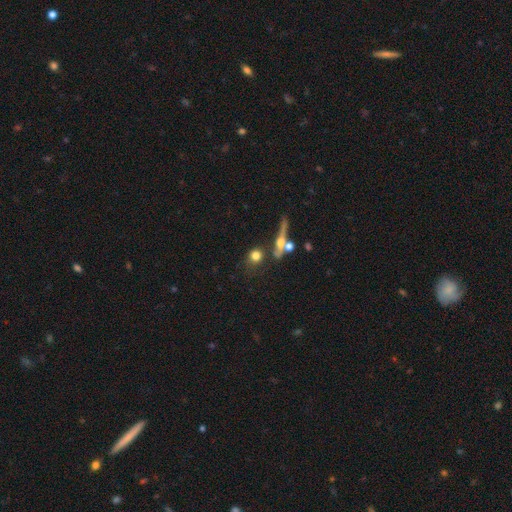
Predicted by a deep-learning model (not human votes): smooth 69%, featured or disk 19%, star or artifact 12%. Down the decision tree: how rounded — round (78%); merging — none (57%).